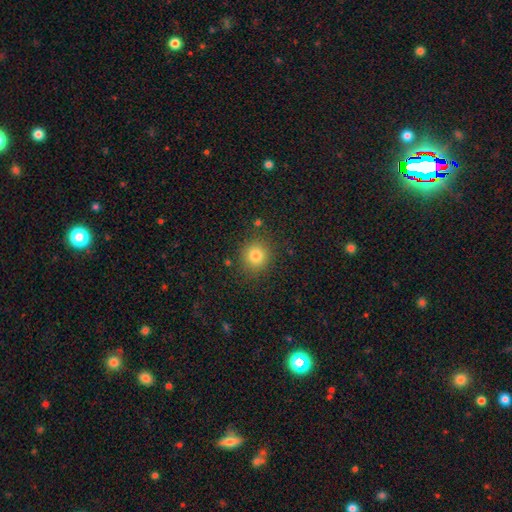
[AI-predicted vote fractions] Smooth or featured? smooth (81%)
How rounded? round (91%)
Merging? none (87%)